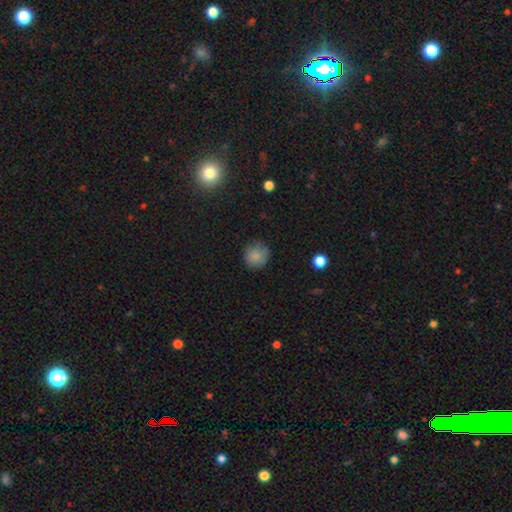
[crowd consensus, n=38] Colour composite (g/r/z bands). It shows a smooth galaxy with no disk features (82%) that is round (97%). Merging: none (68%).